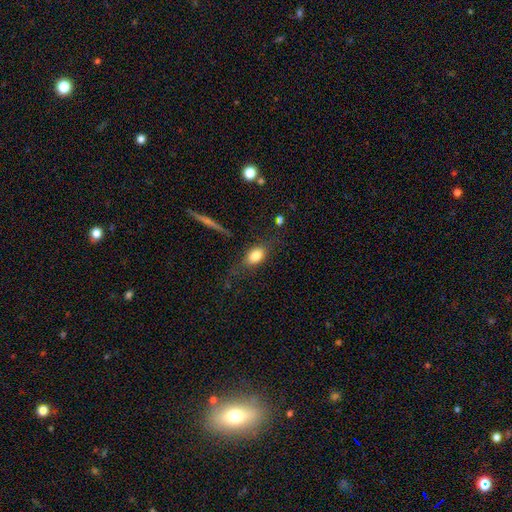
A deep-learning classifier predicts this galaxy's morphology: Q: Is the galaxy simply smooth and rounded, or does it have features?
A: smooth — 78%.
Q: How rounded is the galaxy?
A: in between — 80%.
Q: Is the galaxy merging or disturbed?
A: none — 67%.